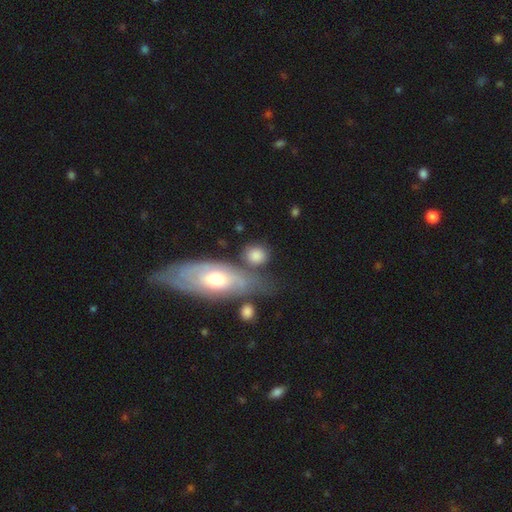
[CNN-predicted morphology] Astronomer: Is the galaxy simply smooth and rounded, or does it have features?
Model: smooth — 79%.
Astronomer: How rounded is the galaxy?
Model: round — 67%.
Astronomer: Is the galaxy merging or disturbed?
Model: none — 57%.